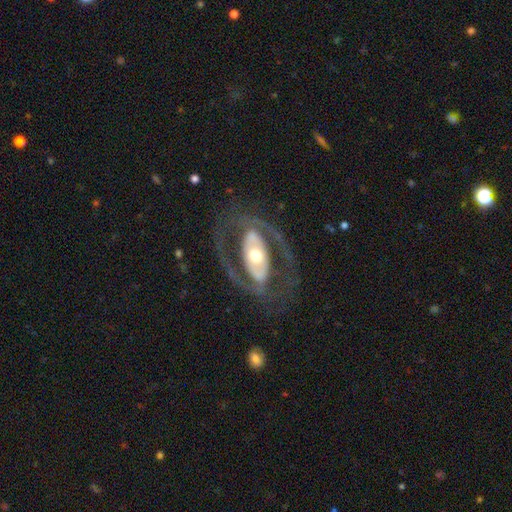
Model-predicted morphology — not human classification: This is clearly a featured or disk galaxy (81%). It is clearly not viewed edge-on (92%). Bar: marginally no (44%). Spiral arm pattern: likely yes (61%). Central bulge: likely moderate (64%). Merging: likely none (72%).